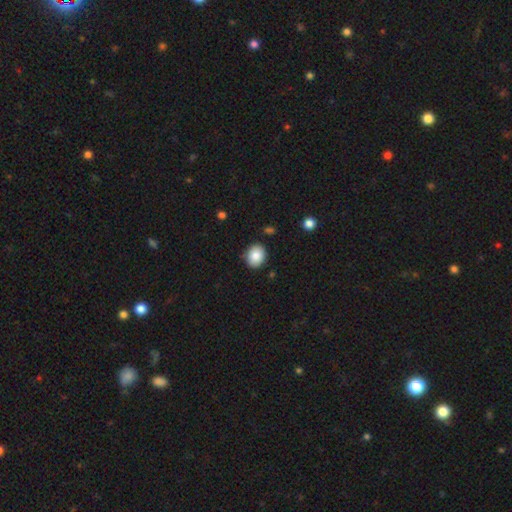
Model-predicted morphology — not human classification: Smooth or featured? Predicted: smooth (p=0.85). How rounded? Predicted: round (p=0.58). Merging? Predicted: none (p=0.87).